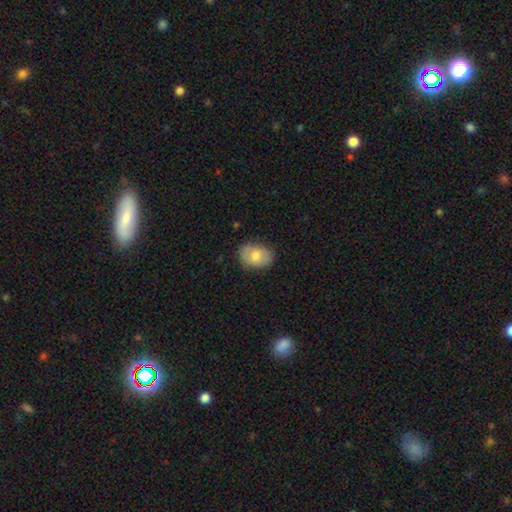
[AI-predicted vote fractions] The model was most divided on "how rounded": in between: 77%, round: 22%, cigar-shaped: 1%. More confident: merging — none (82%); smooth or featured — smooth (74%).